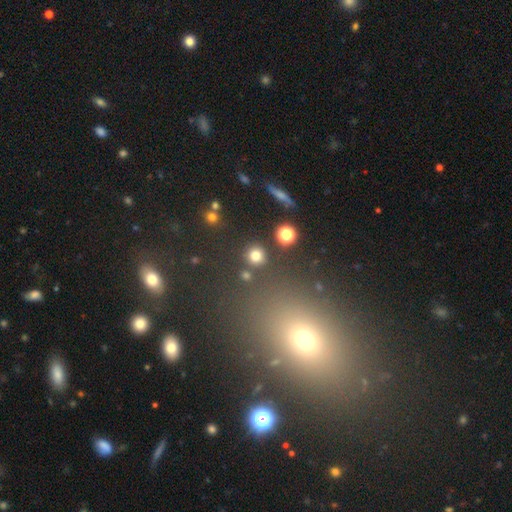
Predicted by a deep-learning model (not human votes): The model was most divided on "smooth or featured": smooth: 79%, star or artifact: 15%, featured or disk: 6%. More confident: how rounded — round (92%); merging — none (86%).